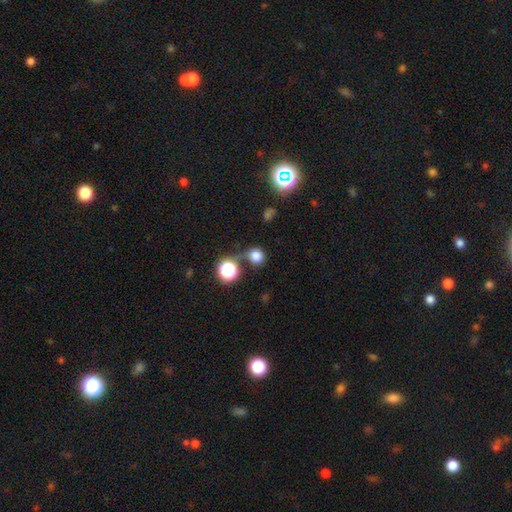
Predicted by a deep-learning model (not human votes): A smooth galaxy with no disk features (77%) that is round (89%).

Vote fractions:
- Smooth or featured? smooth: 77% / star or artifact: 17% / featured or disk: 6%
- How rounded? round: 89% / in between: 10% / cigar-shaped: 1%
- Merging? none: 62% / merger: 15% / minor disturbance: 15% / major disturbance: 8%